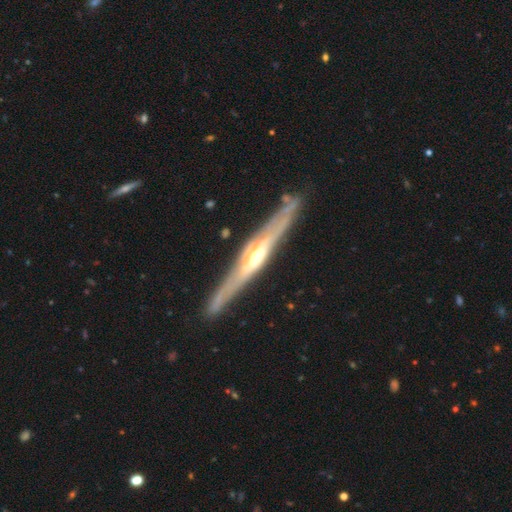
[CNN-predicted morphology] This is clearly a featured or disk galaxy (84%). It is clearly viewed edge-on (93%). Edge-on bulge: likely rounded (78%). Merging: clearly none (86%).